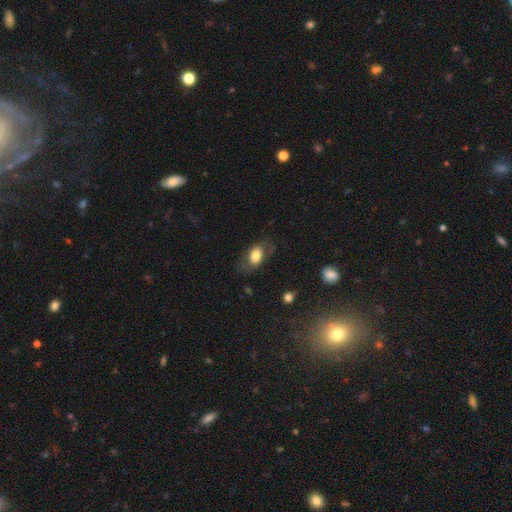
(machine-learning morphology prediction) Smooth or featured?
  - smooth: 71% *
  - featured or disk: 22%
  - star or artifact: 7%
How rounded?
  - in between: 87% *
  - round: 11%
  - cigar-shaped: 2%
Merging?
  - none: 68% *
  - minor disturbance: 19%
  - major disturbance: 11%
  - merger: 1%